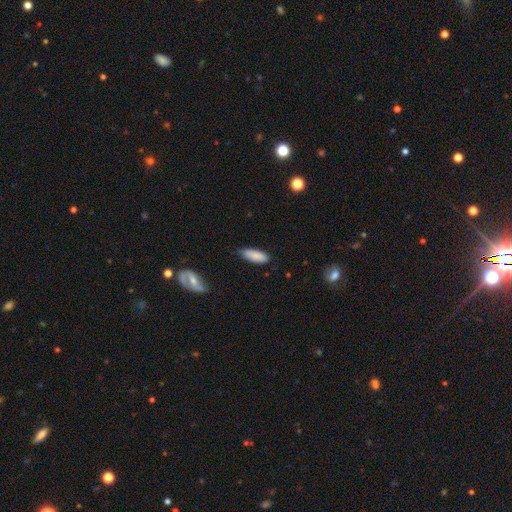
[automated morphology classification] Smooth or featured? smooth (86%)
How rounded? in between (71%)
Merging? none (70%)